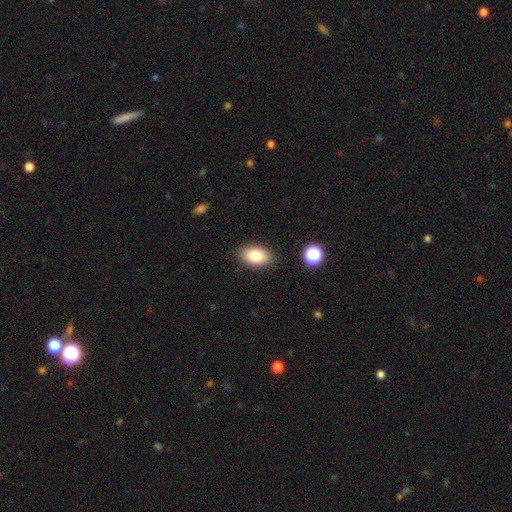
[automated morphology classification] A smooth galaxy with no disk features (81%) that is in between round and cigar-shaped (88%). Merging: none (87%).